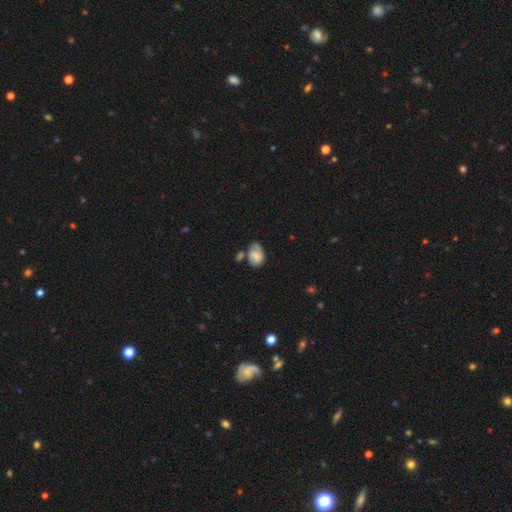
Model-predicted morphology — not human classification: type=smooth (59%); roundness=in between (79%); merging=none (45%).